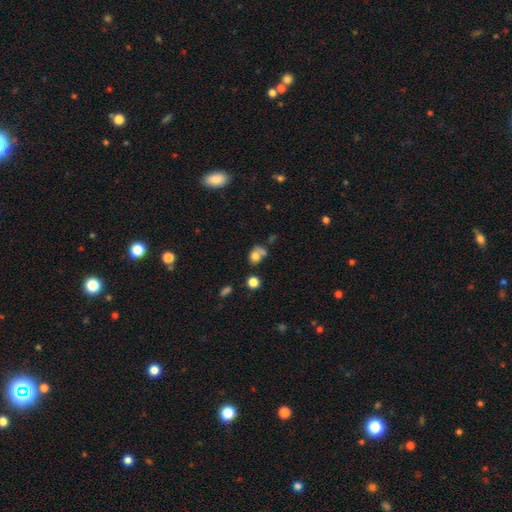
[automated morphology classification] type=smooth (72%); roundness=in between (50%); merging=none (38%).